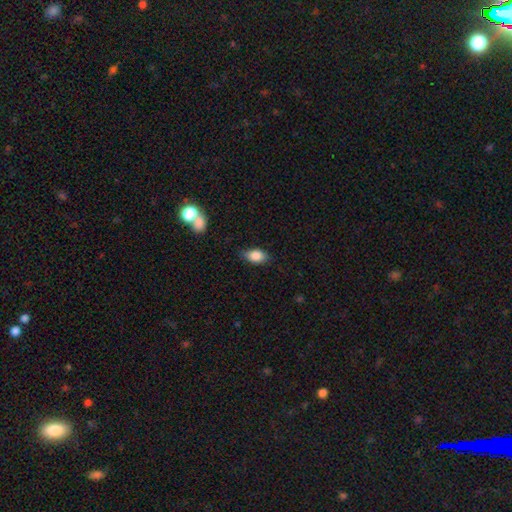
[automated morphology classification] smooth-or-featured: smooth: 85% | featured or disk: 8% | star or artifact: 8%
  how-rounded: in between: 88% | round: 9% | cigar-shaped: 3%
  merging: none: 79% | minor disturbance: 15% | major disturbance: 3% | merger: 2%